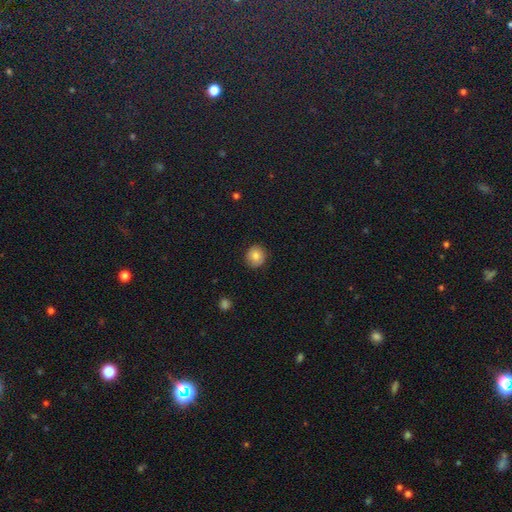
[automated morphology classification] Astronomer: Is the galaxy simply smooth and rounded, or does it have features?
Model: smooth — 82%.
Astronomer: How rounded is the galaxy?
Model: round — 91%.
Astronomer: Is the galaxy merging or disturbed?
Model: none — 90%.